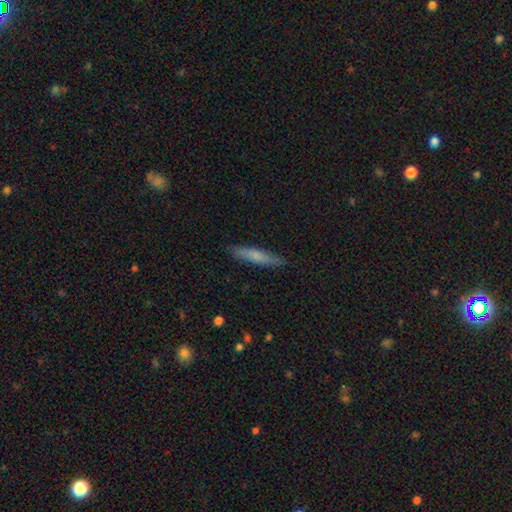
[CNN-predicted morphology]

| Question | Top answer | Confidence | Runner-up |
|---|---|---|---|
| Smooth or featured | smooth | 66% | featured or disk (28%) |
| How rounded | cigar-shaped | 92% | in between (7%) |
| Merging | none | 87% | minor disturbance (10%) |